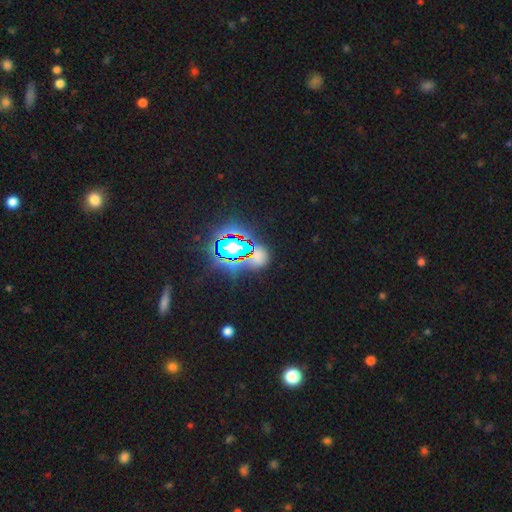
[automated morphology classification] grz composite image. It shows a star or artifact, not a galaxy (63%).